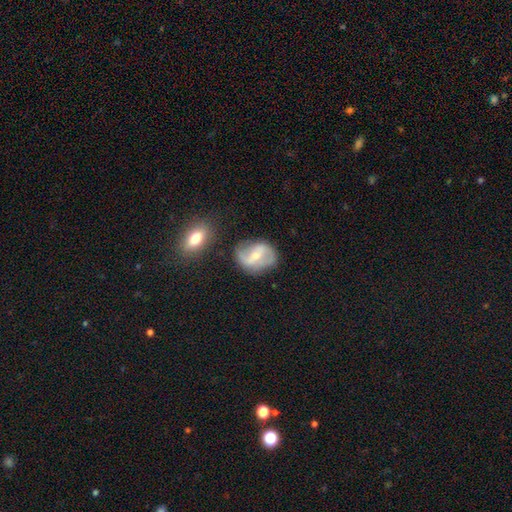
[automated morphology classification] smooth-or-featured: featured or disk: 72% | smooth: 21% | star or artifact: 7%
  disk-edge-on: no: 96% | yes: 4%
    bar: weak: 42% | strong: 38% | no: 21%
    has-spiral-arms: yes: 83% | no: 17%
      spiral-winding: loose: 49% | medium: 38% | tight: 14%
      spiral-arm-count: 2: 87% | can't tell: 7% | 1: 3% | 3: 1% | 4: 1% | more than 4: 1%
    bulge-size: small: 50% | moderate: 42% | none: 4% | large: 2% | dominant: 1%
  merging: none: 69% | minor disturbance: 19% | major disturbance: 8% | merger: 4%